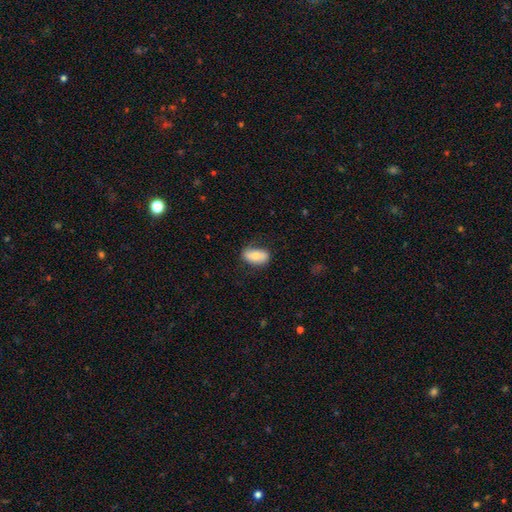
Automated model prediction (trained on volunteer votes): The model was most divided on "smooth or featured": smooth: 72%, featured or disk: 21%, star or artifact: 7%. More confident: how rounded — in between (92%); merging — none (74%).